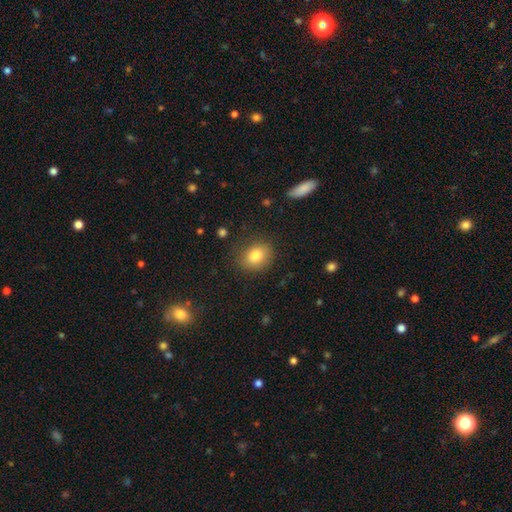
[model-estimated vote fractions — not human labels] A smooth galaxy with no disk features (83%) that is round (52%).

Vote fractions:
- Smooth or featured? smooth: 83% / star or artifact: 9% / featured or disk: 8%
- How rounded? round: 52% / in between: 47% / cigar-shaped: 1%
- Merging? none: 82% / minor disturbance: 13% / major disturbance: 4% / merger: 1%